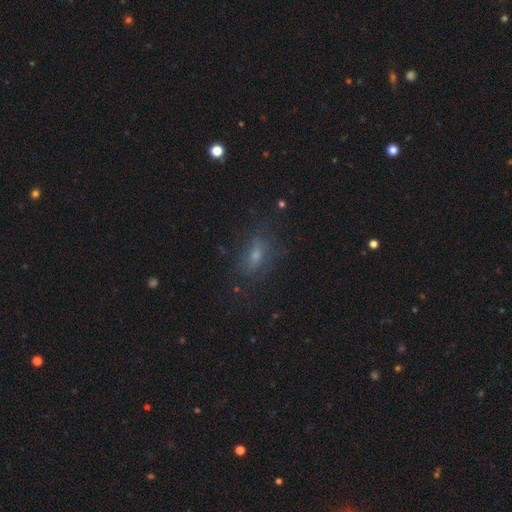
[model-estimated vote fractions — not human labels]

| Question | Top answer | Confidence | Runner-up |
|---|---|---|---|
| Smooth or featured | smooth | 58% | featured or disk (27%) |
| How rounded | in between | 75% | cigar-shaped (14%) |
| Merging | none | 64% | minor disturbance (20%) |